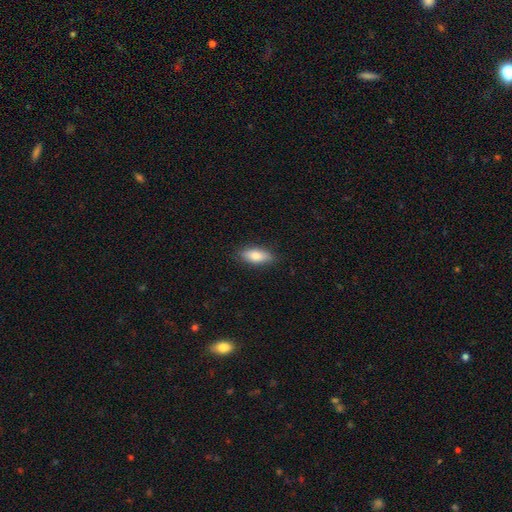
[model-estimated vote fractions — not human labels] A smooth galaxy with no disk features (80%) that is in between round and cigar-shaped (77%).

Vote fractions:
- Smooth or featured? smooth: 80% / featured or disk: 14% / star or artifact: 6%
- How rounded? in between: 77% / cigar-shaped: 20% / round: 3%
- Merging? none: 86% / minor disturbance: 11% / major disturbance: 2% / merger: 1%